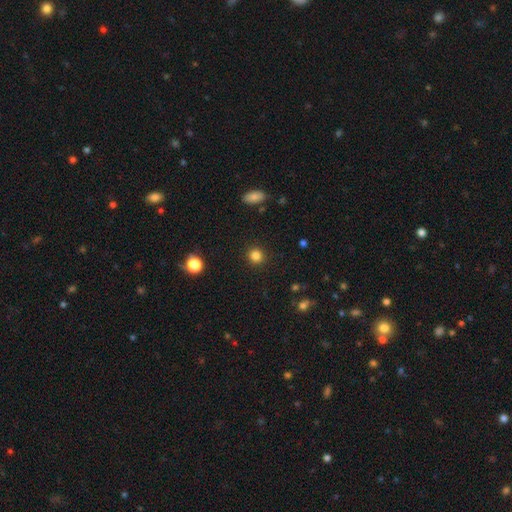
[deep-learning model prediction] Smooth or featured?
  - smooth: 83% *
  - star or artifact: 12%
  - featured or disk: 5%
How rounded?
  - round: 90% *
  - in between: 9%
  - cigar-shaped: 1%
Merging?
  - none: 91% *
  - minor disturbance: 5%
  - major disturbance: 2%
  - merger: 1%